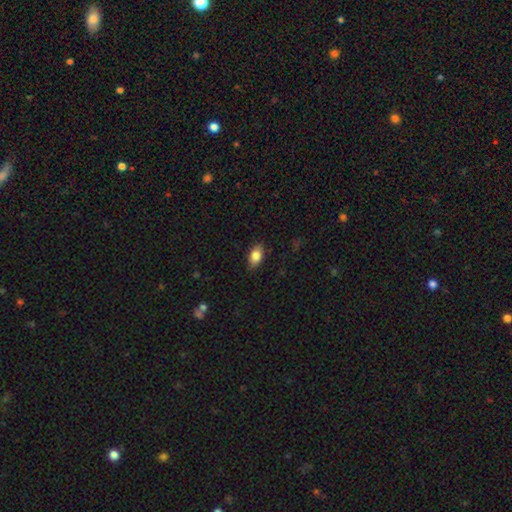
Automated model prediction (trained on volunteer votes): Smooth or featured? smooth (83%)
How rounded? in between (88%)
Merging? none (84%)